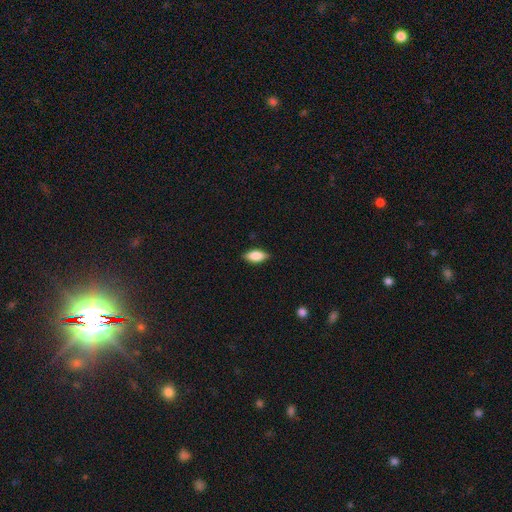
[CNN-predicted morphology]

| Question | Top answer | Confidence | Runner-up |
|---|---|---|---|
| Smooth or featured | smooth | 79% | featured or disk (14%) |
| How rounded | in between | 84% | cigar-shaped (13%) |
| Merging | none | 86% | minor disturbance (11%) |